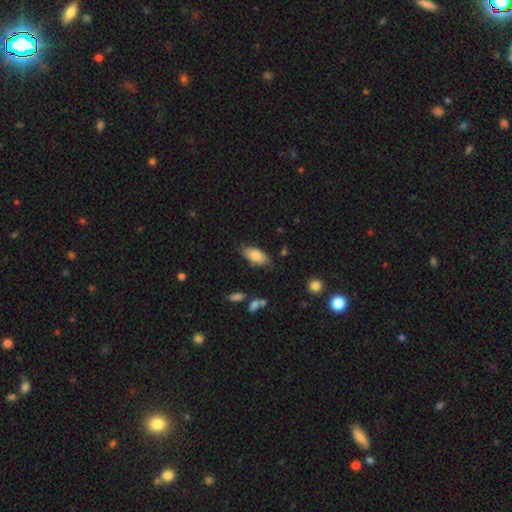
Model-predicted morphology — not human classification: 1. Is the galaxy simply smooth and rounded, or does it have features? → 81% smooth, 12% featured or disk, 7% star or artifact.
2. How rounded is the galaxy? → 89% in between, 9% cigar-shaped, 2% round.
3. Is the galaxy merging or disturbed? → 76% none, 18% minor disturbance, 4% major disturbance, 2% merger.